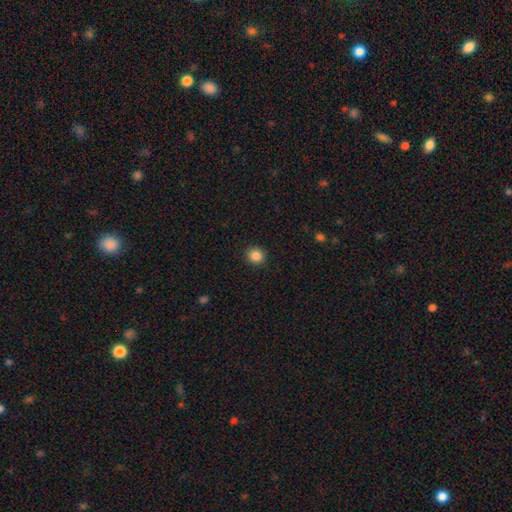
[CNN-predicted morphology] Q: Smooth or featured?
A: smooth (85%); runner-up: star or artifact (11%)
Q: How rounded?
A: round (91%); runner-up: in between (8%)
Q: Merging?
A: none (91%); runner-up: minor disturbance (6%)